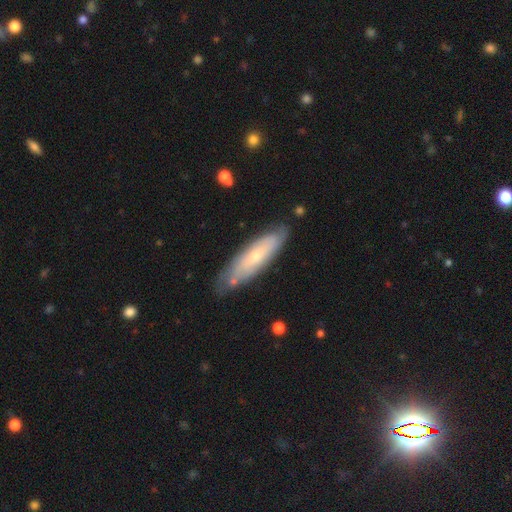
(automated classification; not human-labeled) Smooth or featured? Predicted: featured or disk (p=0.51). Edge-on disk? Predicted: no (p=0.65). Merging? Predicted: none (p=0.72).